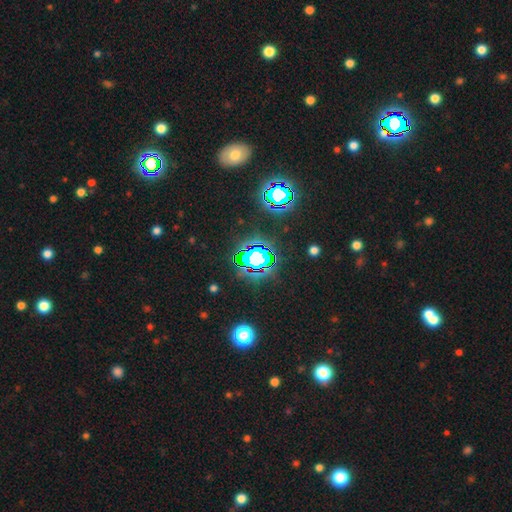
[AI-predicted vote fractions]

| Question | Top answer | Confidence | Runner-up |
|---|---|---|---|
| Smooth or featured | star or artifact | 77% | smooth (14%) |